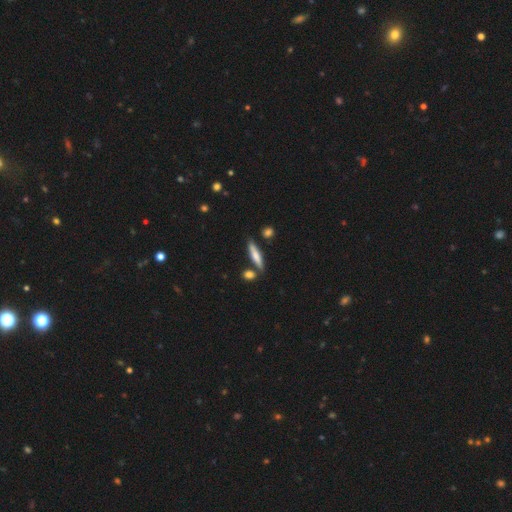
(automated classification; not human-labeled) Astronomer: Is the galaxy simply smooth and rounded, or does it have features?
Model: smooth — 61%.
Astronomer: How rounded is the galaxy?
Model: cigar-shaped — 83%.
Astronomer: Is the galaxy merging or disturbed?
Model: none — 79%.